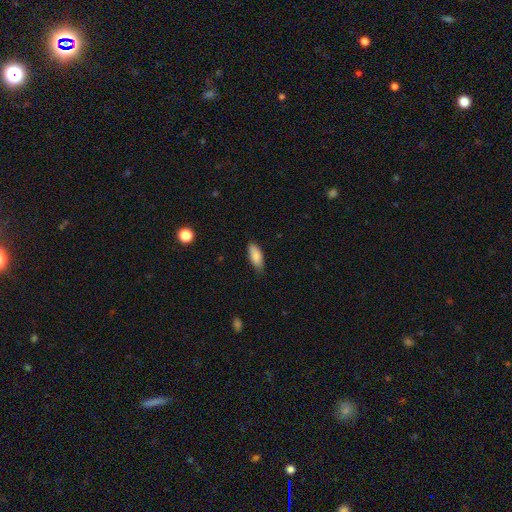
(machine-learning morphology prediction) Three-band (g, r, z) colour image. It shows a smooth galaxy with no disk features (86%) that is in between round and cigar-shaped (82%). Merging: none (76%).